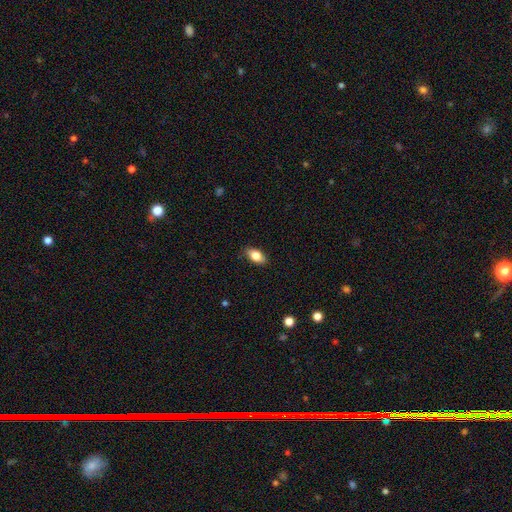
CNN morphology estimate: smooth-or-featured: smooth: 81% | featured or disk: 12% | star or artifact: 7%
  how-rounded: in between: 88% | round: 6% | cigar-shaped: 5%
  merging: none: 85% | minor disturbance: 11% | major disturbance: 2% | merger: 1%